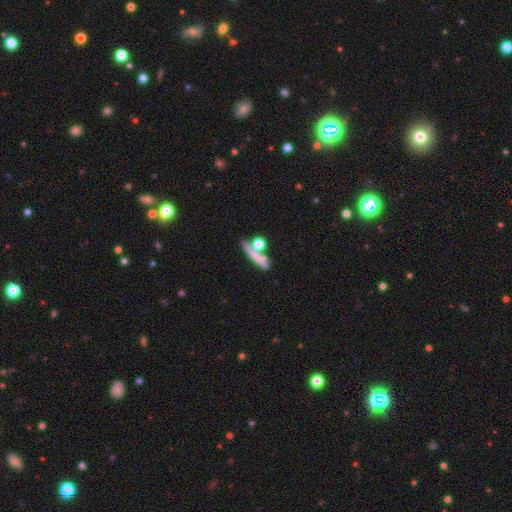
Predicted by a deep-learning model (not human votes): This is likely a smooth galaxy (66%). How rounded: possibly cigar-shaped (59%). Merging: possibly none (52%).